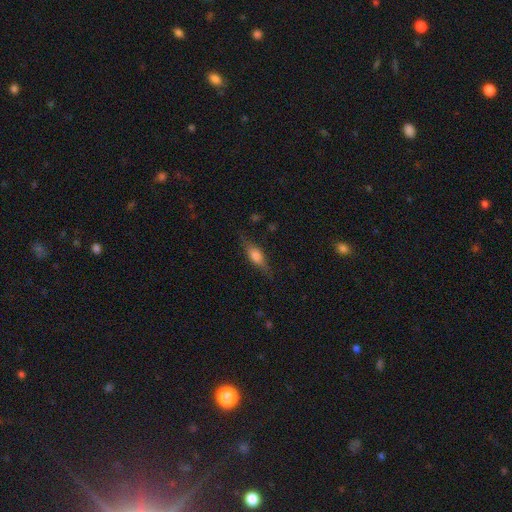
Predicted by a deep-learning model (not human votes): Morphology: type=smooth (54%); roundness=in between (55%); merging=none (76%).